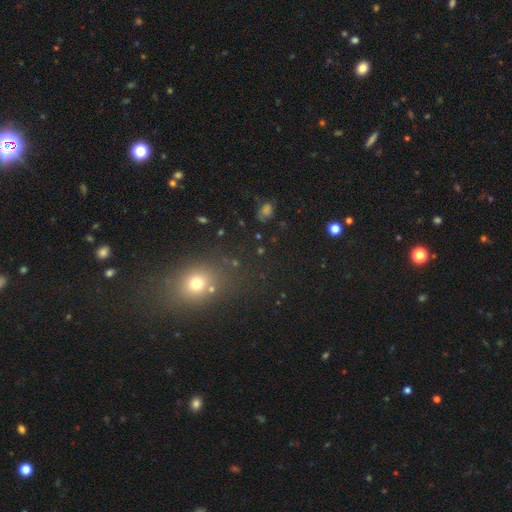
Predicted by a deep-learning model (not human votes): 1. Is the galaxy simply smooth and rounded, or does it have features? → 54% smooth, 36% star or artifact, 10% featured or disk.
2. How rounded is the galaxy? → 50% in between, 46% round, 4% cigar-shaped.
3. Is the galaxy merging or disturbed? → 82% none, 10% minor disturbance, 5% major disturbance, 3% merger.